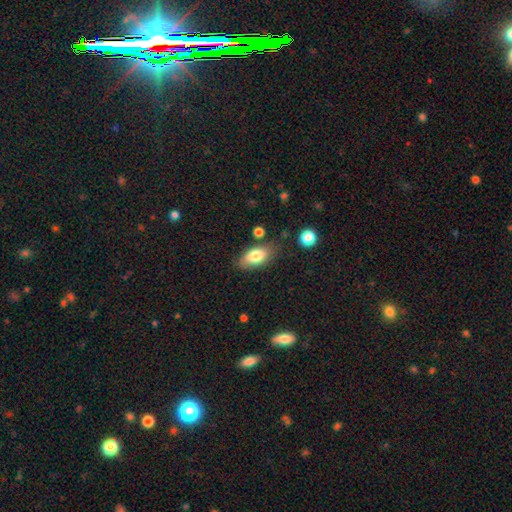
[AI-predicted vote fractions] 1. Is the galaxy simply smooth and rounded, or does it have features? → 78% smooth, 14% featured or disk, 7% star or artifact.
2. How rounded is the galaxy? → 89% in between, 7% cigar-shaped, 4% round.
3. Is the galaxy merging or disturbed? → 75% none, 17% minor disturbance, 4% merger, 4% major disturbance.